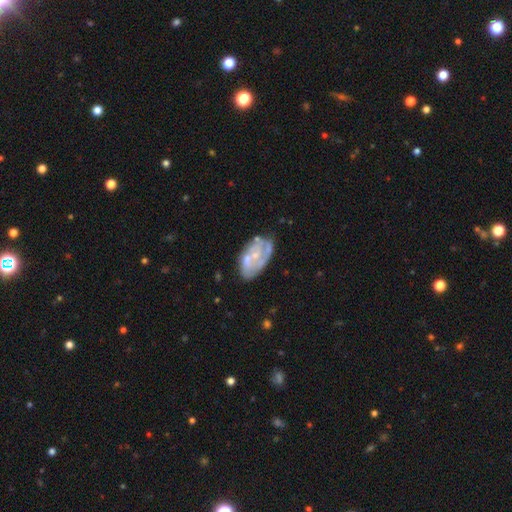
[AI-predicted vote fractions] This is likely a featured or disk galaxy (66%). It is clearly not viewed edge-on (96%). Bar: likely no (79%). Spiral arm pattern: possibly no (54%). Central bulge: possibly small (54%). Merging: possibly none (53%).